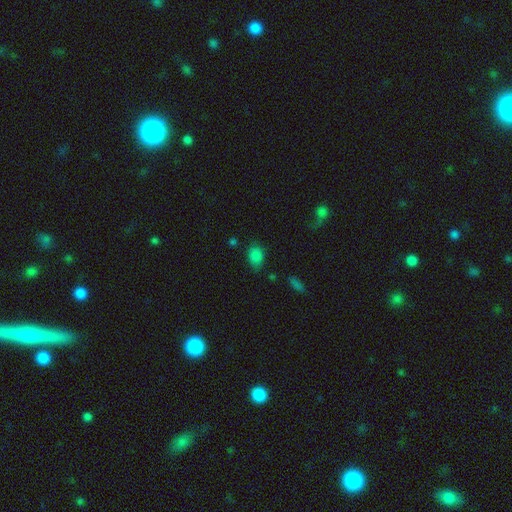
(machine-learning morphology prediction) A smooth galaxy with no disk features (83%) that is in between round and cigar-shaped (76%). Merging: none (73%).